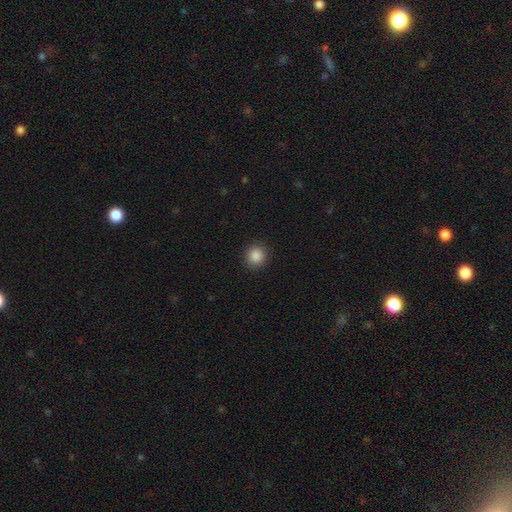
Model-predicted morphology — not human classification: Q: Smooth or featured?
A: smooth (88%); runner-up: star or artifact (10%)
Q: How rounded?
A: round (89%); runner-up: in between (10%)
Q: Merging?
A: none (91%); runner-up: minor disturbance (6%)